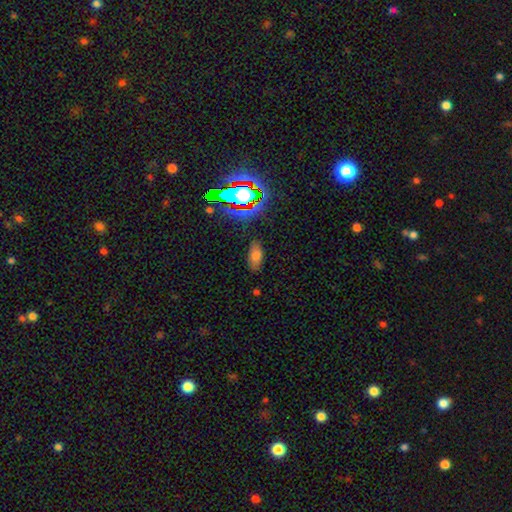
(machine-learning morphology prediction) A smooth galaxy with no disk features (70%) that is in between round and cigar-shaped (88%). Merging: none (81%).